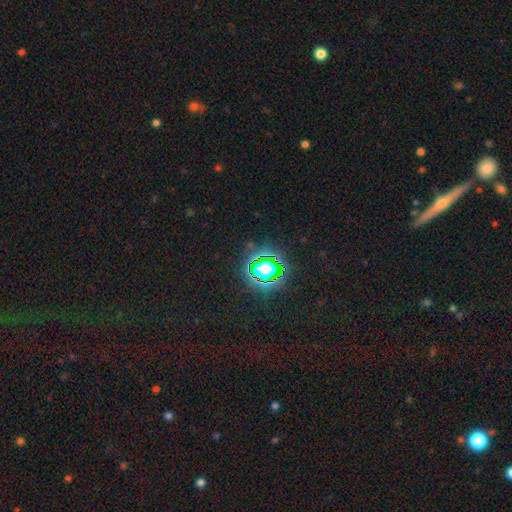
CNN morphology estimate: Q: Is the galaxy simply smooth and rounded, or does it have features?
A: star or artifact — 77%.